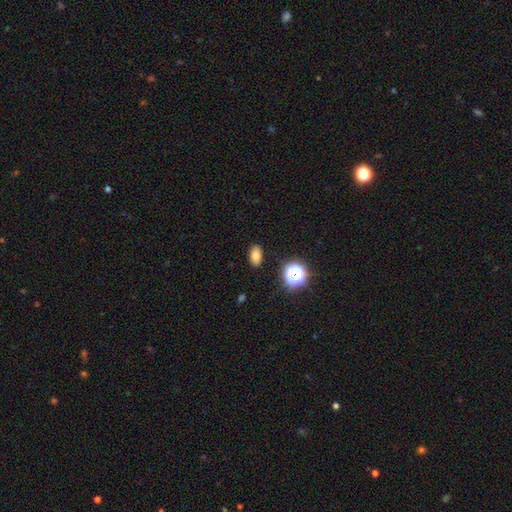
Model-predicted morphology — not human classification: This appears to be a smooth galaxy with no disk features (78%) that is in between round and cigar-shaped (87%). Merging: none (87%).